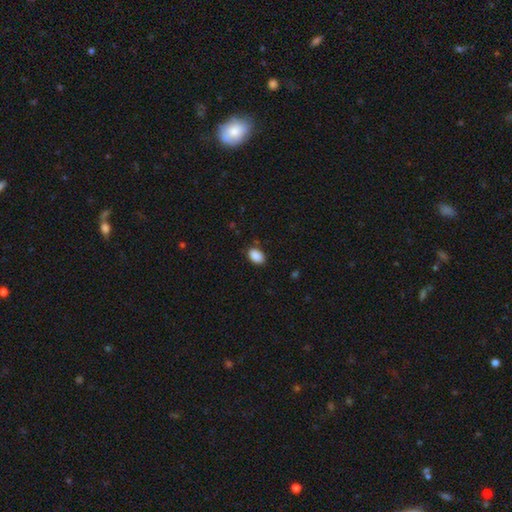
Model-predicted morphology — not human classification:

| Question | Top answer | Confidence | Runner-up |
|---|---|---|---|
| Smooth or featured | smooth | 89% | star or artifact (8%) |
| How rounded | in between | 85% | round (13%) |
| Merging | none | 84% | minor disturbance (12%) |